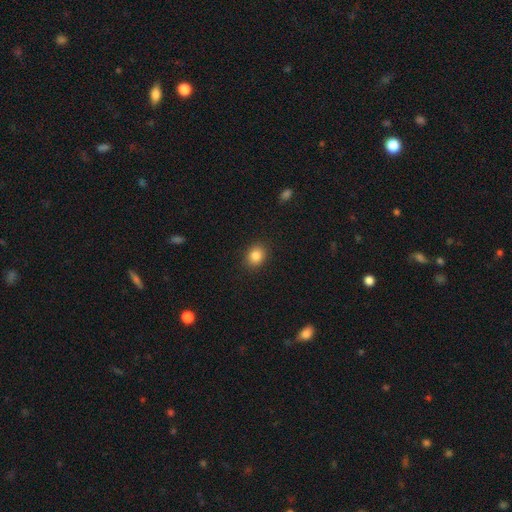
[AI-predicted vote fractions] Smooth or featured?
  - smooth: 85% *
  - star or artifact: 10%
  - featured or disk: 5%
How rounded?
  - round: 53% *
  - in between: 46%
  - cigar-shaped: 1%
Merging?
  - none: 89% *
  - minor disturbance: 8%
  - major disturbance: 2%
  - merger: 1%